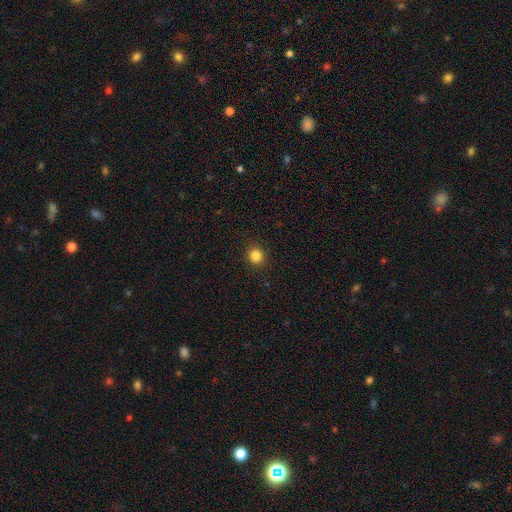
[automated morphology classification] Smooth or featured? smooth (84%)
How rounded? round (88%)
Merging? none (92%)